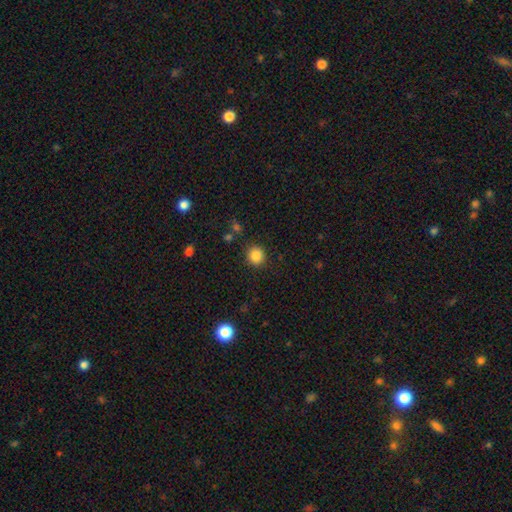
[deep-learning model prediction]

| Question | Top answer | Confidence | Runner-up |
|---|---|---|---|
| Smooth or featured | smooth | 86% | star or artifact (10%) |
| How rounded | round | 91% | in between (8%) |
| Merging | none | 89% | minor disturbance (7%) |